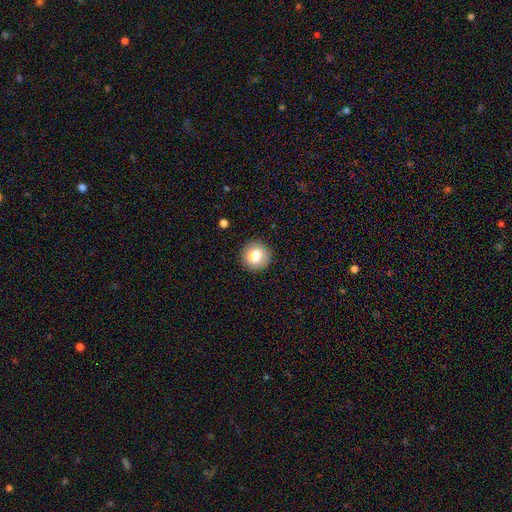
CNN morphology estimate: Smooth or featured? Predicted: smooth (p=0.80). How rounded? Predicted: round (p=0.92). Merging? Predicted: none (p=0.89).